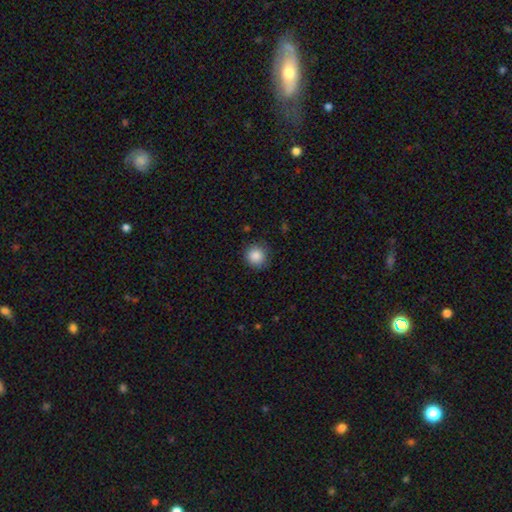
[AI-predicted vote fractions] Overall: smooth (87%). How rounded: round (92%). Merging: none (86%).